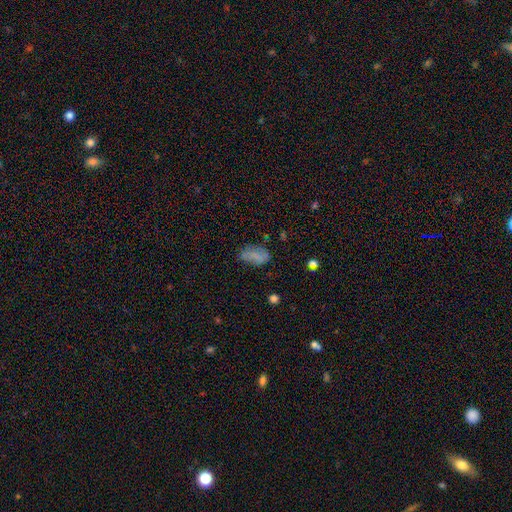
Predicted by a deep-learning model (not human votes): A smooth galaxy with no disk features (73%) that is in between round and cigar-shaped (92%). Merging: none (58%).